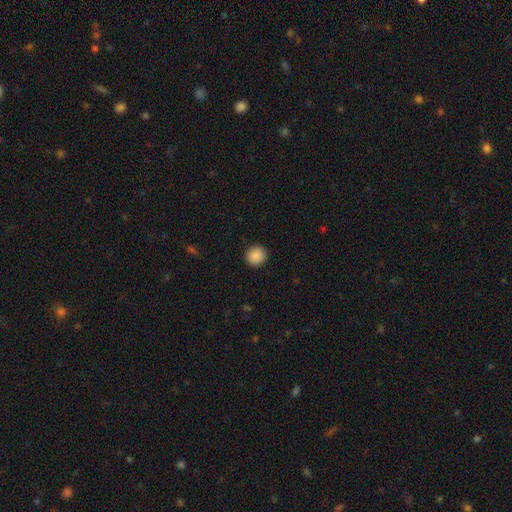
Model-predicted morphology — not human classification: Smooth or featured? smooth (89%)
How rounded? round (93%)
Merging? none (93%)